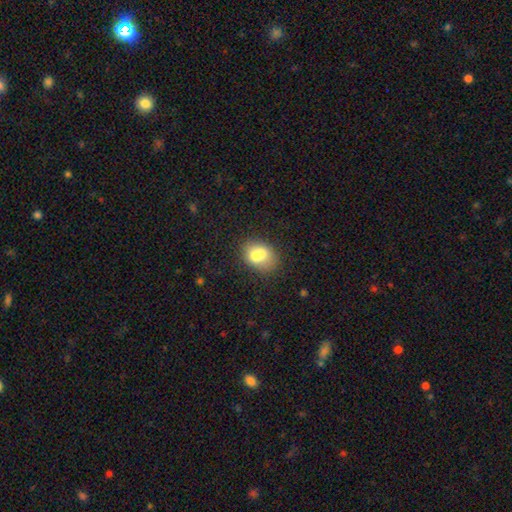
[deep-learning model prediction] Morphology: type=smooth (67%); roundness=in between (53%); merging=merger (51%).